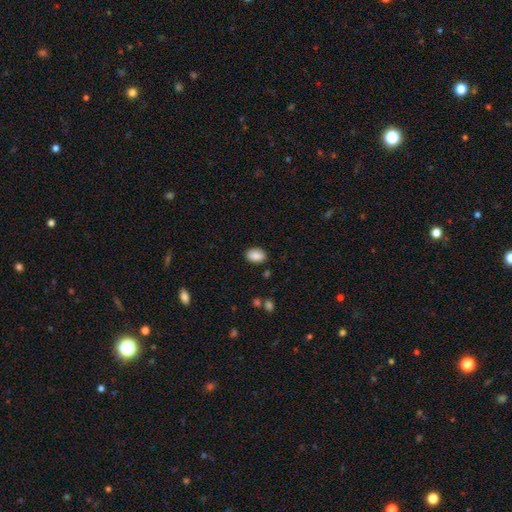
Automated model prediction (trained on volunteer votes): Smooth or featured? Predicted: smooth (p=0.88). How rounded? Predicted: in between (p=0.86). Merging? Predicted: none (p=0.86).